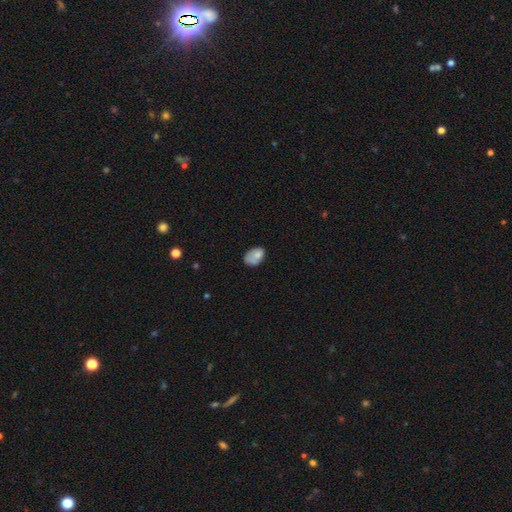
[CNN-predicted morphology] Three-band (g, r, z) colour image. It shows a smooth galaxy with no disk features (73%) that is in between round and cigar-shaped (84%). Merging: none (45%).